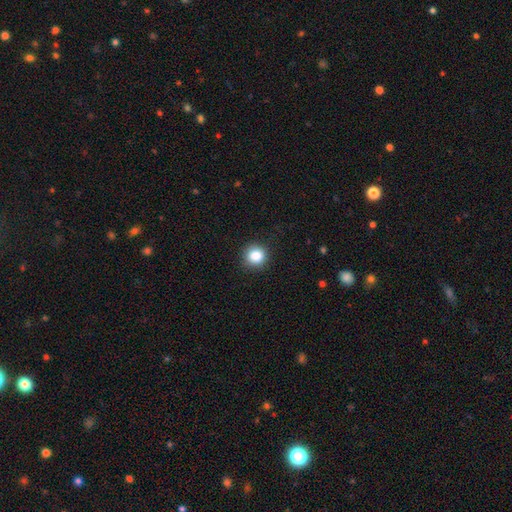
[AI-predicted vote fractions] This is clearly a smooth galaxy (86%). How rounded: clearly round (92%). Merging: clearly none (89%).